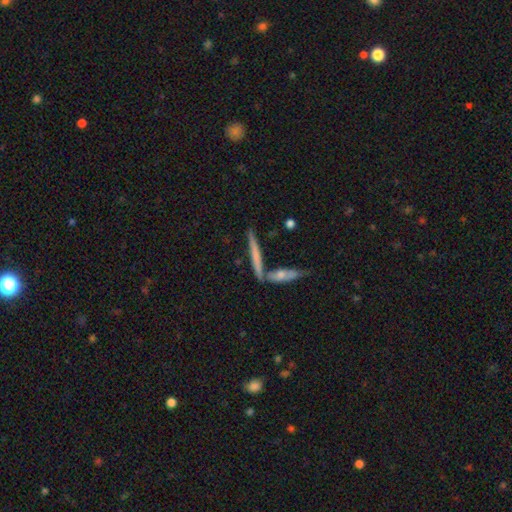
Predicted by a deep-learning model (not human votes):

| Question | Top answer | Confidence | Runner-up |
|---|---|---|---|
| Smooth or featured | smooth | 52% | featured or disk (41%) |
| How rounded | cigar-shaped | 92% | in between (6%) |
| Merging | none | 69% | merger (17%) |